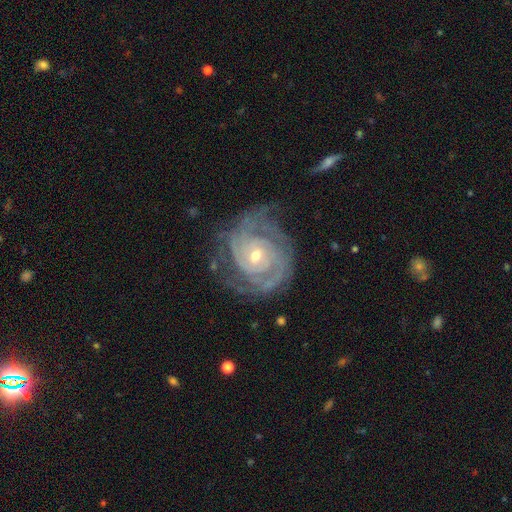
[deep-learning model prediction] Smooth or featured: featured or disk — 91% (star or artifact — 5%)
Edge-on disk: no — 97% (yes — 3%)
Bar: no — 66% (weak — 24%)
Spiral arms: yes — 98% (no — 2%)
Spiral winding: tight — 78% (medium — 19%)
Spiral arm count: 2 — 34% (3 — 24%)
Bulge size: small — 52% (moderate — 45%)
Merging: none — 72% (minor disturbance — 18%)